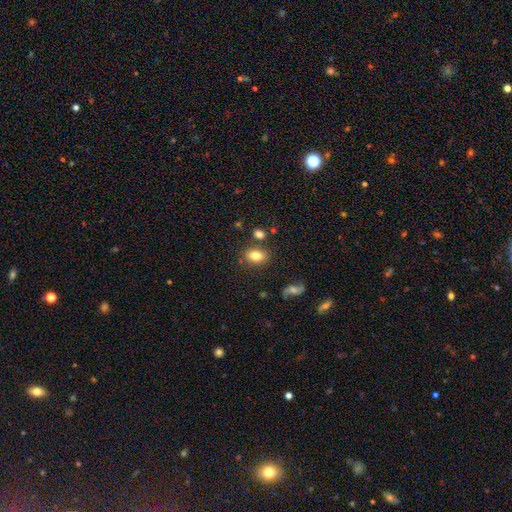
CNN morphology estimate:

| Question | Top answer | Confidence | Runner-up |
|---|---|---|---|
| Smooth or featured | smooth | 81% | featured or disk (10%) |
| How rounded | in between | 79% | round (20%) |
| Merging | none | 74% | minor disturbance (13%) |